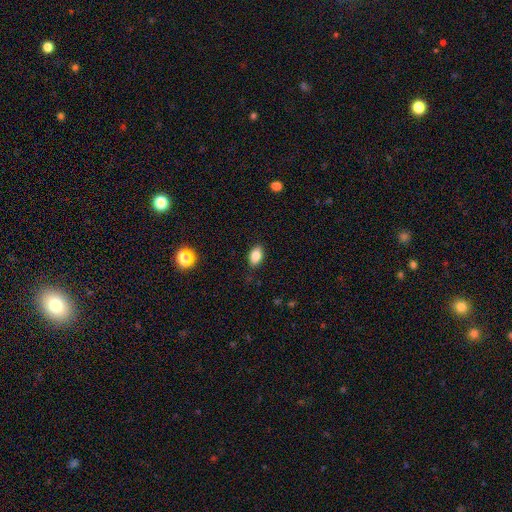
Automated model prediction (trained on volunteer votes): Smooth or featured?
  - smooth: 84% *
  - star or artifact: 9%
  - featured or disk: 8%
How rounded?
  - in between: 88% *
  - round: 10%
  - cigar-shaped: 2%
Merging?
  - none: 85% *
  - minor disturbance: 11%
  - major disturbance: 3%
  - merger: 1%